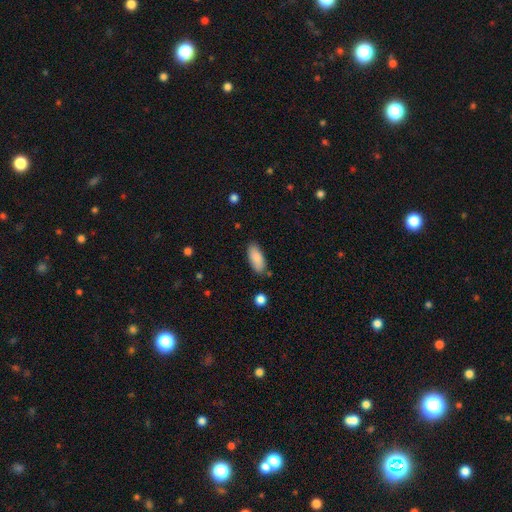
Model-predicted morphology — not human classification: type=smooth (87%); roundness=in between (85%); merging=none (83%).